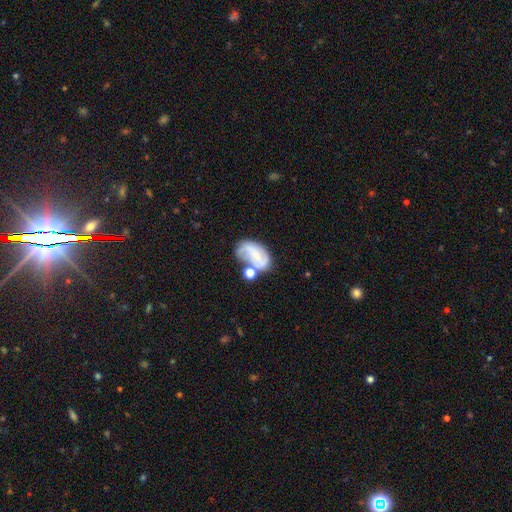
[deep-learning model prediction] Morphology: type=featured or disk (55%); edge-on=no (97%); bar=no (49%); spiral arms=yes (77%); bulge=small (47%); merging=none (35%).